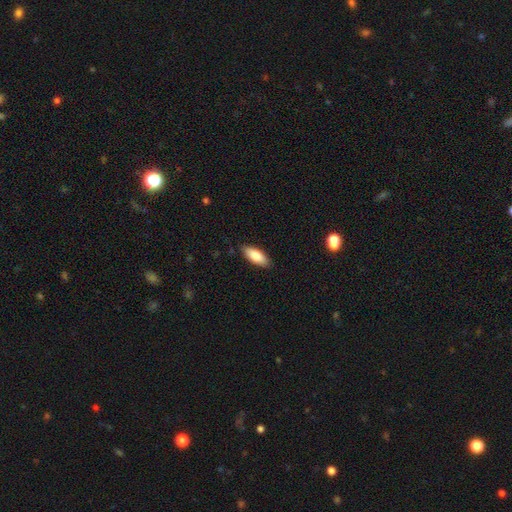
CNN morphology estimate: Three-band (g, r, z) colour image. It shows a smooth galaxy with no disk features (84%) that is in between round and cigar-shaped (78%). Merging: none (86%).